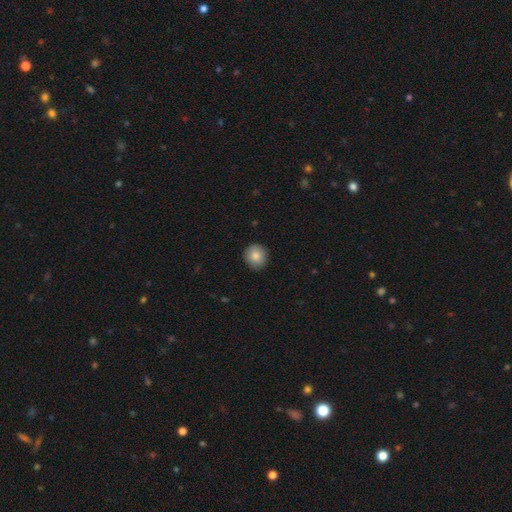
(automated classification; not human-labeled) Smooth or featured: smooth — 85% (star or artifact — 8%)
How rounded: round — 88% (in between — 11%)
Merging: none — 89% (minor disturbance — 8%)